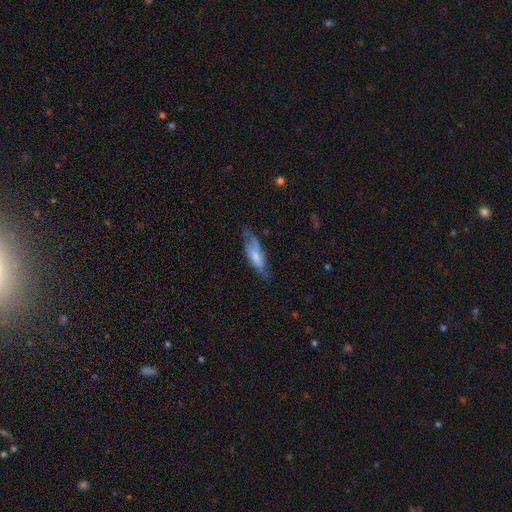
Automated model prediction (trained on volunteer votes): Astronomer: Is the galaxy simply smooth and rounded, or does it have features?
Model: smooth — 56% (runner-up: featured or disk, 38%).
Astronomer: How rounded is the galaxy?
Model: in between — 53% (runner-up: cigar-shaped, 45%).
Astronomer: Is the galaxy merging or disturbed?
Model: none — 53% (runner-up: minor disturbance, 29%).